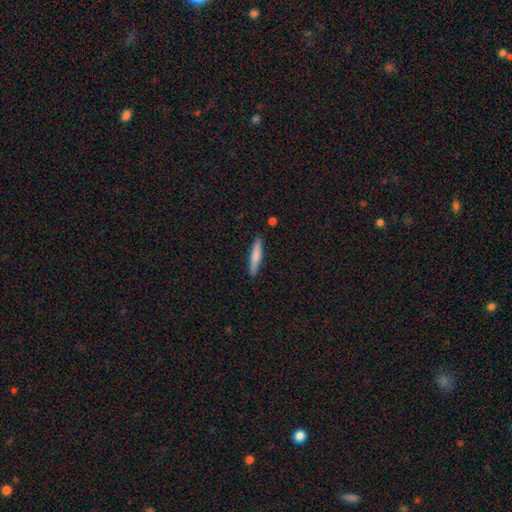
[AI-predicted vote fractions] This is likely a smooth galaxy (76%). How rounded: clearly cigar-shaped (90%). Merging: clearly none (87%).